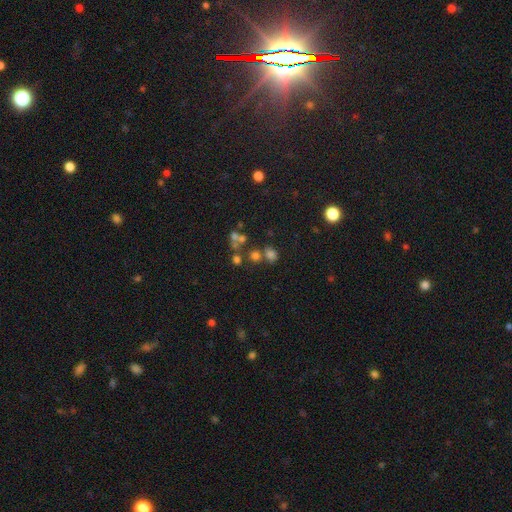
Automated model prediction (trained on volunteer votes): Overall: smooth (57%; star or artifact 27%). How rounded: round (78%). Merging: none (54%; merger 32%).